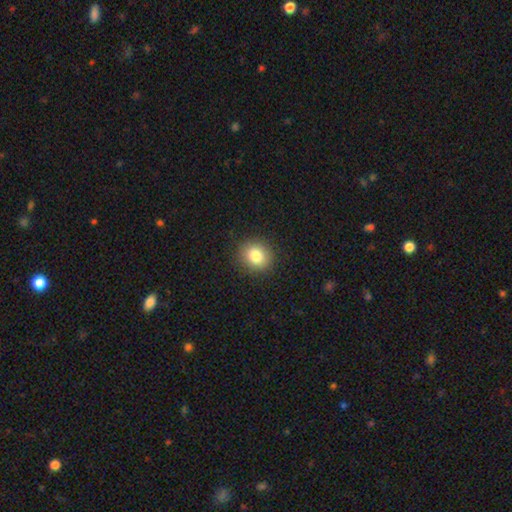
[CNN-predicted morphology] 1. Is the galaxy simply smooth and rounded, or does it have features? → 82% smooth, 10% star or artifact, 8% featured or disk.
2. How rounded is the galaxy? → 76% round, 23% in between, 1% cigar-shaped.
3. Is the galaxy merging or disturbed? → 90% none, 7% minor disturbance, 2% major disturbance, 1% merger.